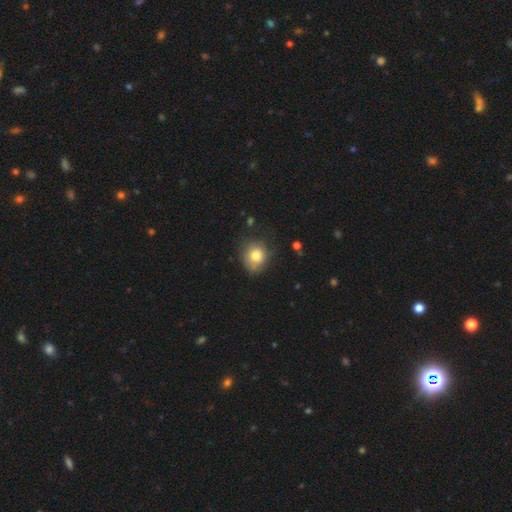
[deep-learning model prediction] Smooth or featured?
  - smooth: 78% *
  - featured or disk: 13%
  - star or artifact: 9%
How rounded?
  - round: 69% *
  - in between: 30%
  - cigar-shaped: 1%
Merging?
  - none: 63% *
  - minor disturbance: 26%
  - major disturbance: 8%
  - merger: 2%